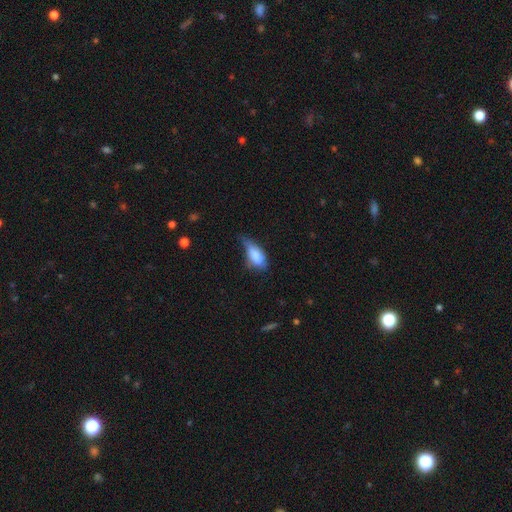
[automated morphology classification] Overall: smooth (78%). How rounded: in between (87%). Merging: minor disturbance (47%; major disturbance 26%).